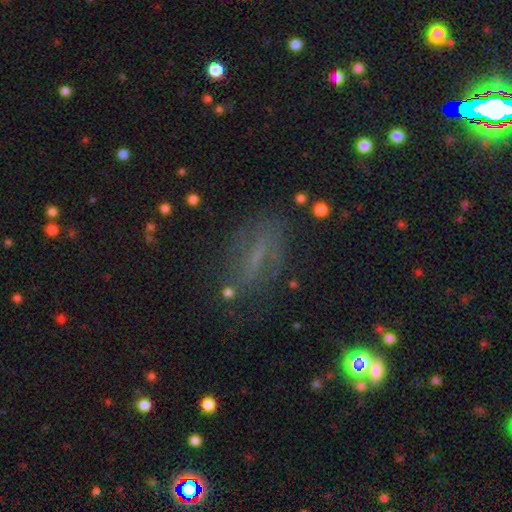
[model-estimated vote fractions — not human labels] smooth 38%, star or artifact 31%, featured or disk 30%. Down the decision tree: merging — none (67%).